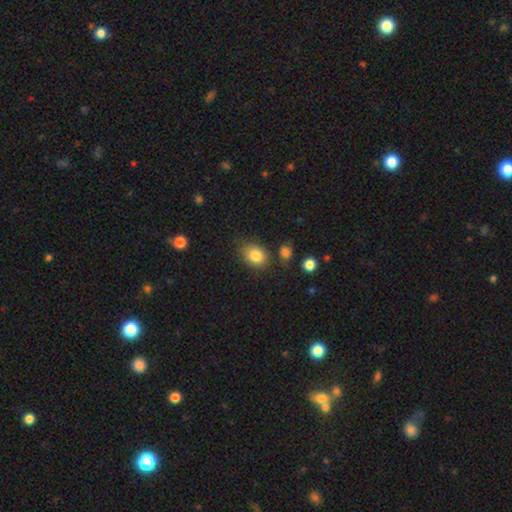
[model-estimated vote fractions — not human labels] A smooth galaxy with no disk features (83%) that is in between round and cigar-shaped (66%). Merging: none (72%).